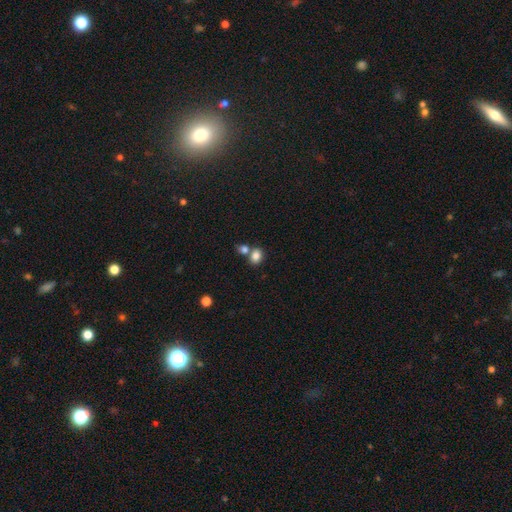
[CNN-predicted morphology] Q: Smooth or featured?
A: smooth (84%); runner-up: star or artifact (10%)
Q: How rounded?
A: in between (59%); runner-up: round (40%)
Q: Merging?
A: none (51%); runner-up: merger (37%)